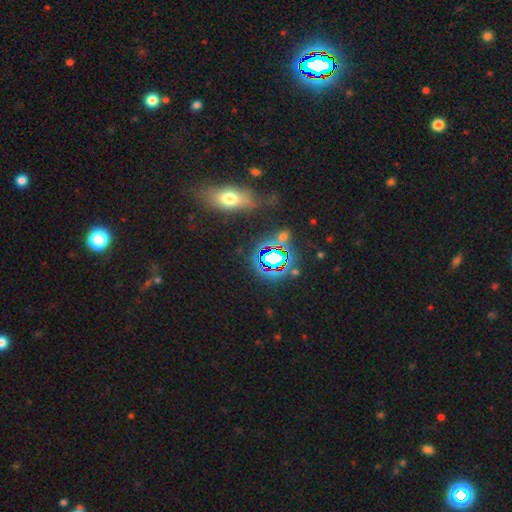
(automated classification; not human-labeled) A smooth galaxy with no disk features (37%, tied with star or artifact). Merging: none (80%).